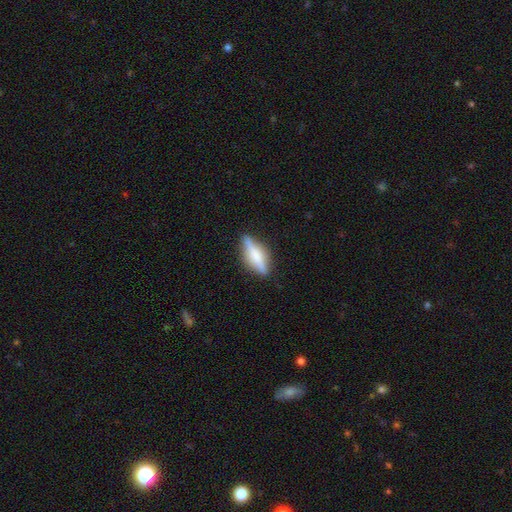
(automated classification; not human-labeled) Smooth or featured? Predicted: featured or disk (p=0.54). Edge-on disk? Predicted: yes (p=0.91). Merging? Predicted: none (p=0.82).